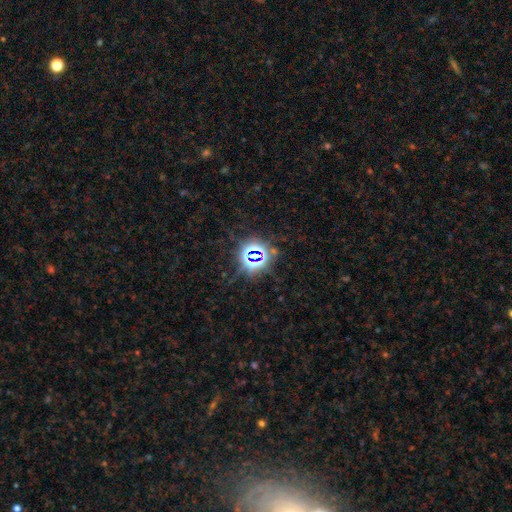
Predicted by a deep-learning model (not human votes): The model was most divided on "smooth or featured": star or artifact: 83%, smooth: 9%, featured or disk: 8%.